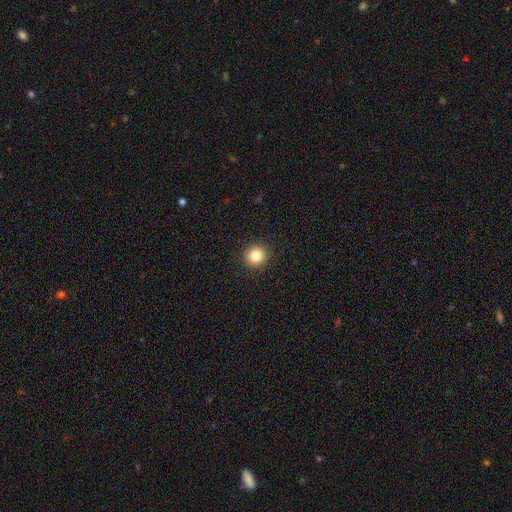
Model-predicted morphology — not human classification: This appears to be a smooth galaxy with no disk features (84%) that is round (94%). Merging: none (93%).